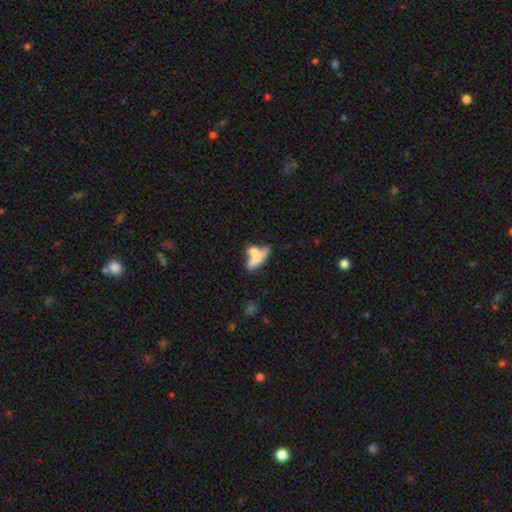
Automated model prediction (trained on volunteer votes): This is likely a smooth galaxy (64%). How rounded: possibly in between (51%). Merging: possibly merger (56%).